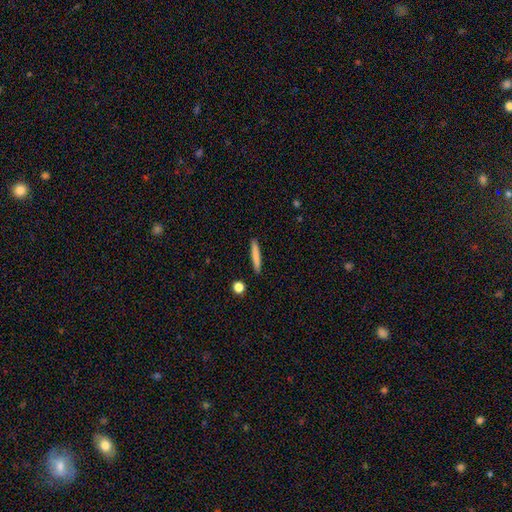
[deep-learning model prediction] Smooth or featured?
  - smooth: 79% *
  - featured or disk: 14%
  - star or artifact: 6%
How rounded?
  - cigar-shaped: 94% *
  - in between: 4%
  - round: 1%
Merging?
  - none: 91% *
  - minor disturbance: 6%
  - merger: 2%
  - major disturbance: 2%